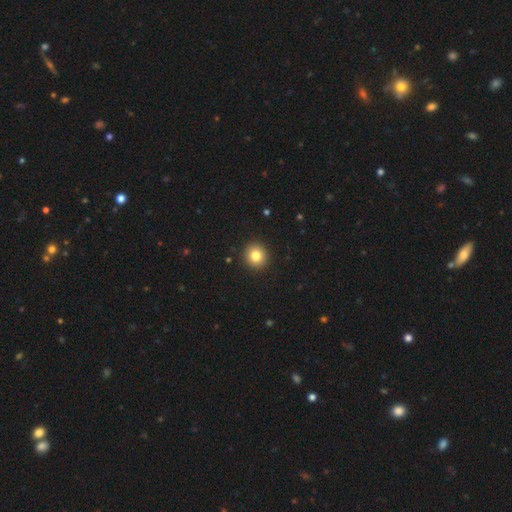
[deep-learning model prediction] Smooth or featured?
  - smooth: 82% *
  - star or artifact: 11%
  - featured or disk: 7%
How rounded?
  - round: 92% *
  - in between: 7%
  - cigar-shaped: 1%
Merging?
  - none: 93% *
  - minor disturbance: 5%
  - major disturbance: 2%
  - merger: 1%